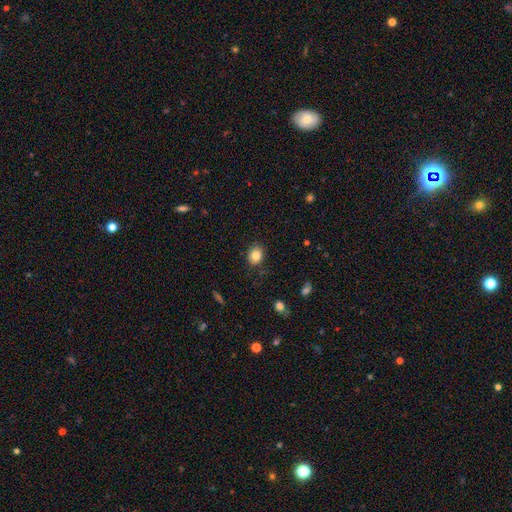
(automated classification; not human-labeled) The model was most divided on "how rounded": round: 56%, in between: 43%, cigar-shaped: 1%. More confident: merging — none (84%); smooth or featured — smooth (83%).